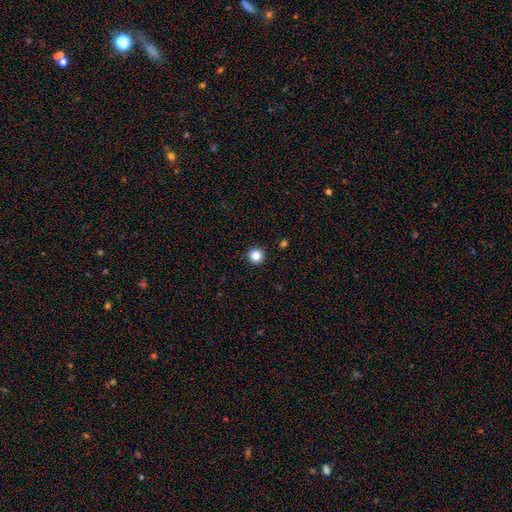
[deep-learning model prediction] Morphology: type=smooth (85%); roundness=round (96%); merging=none (93%).